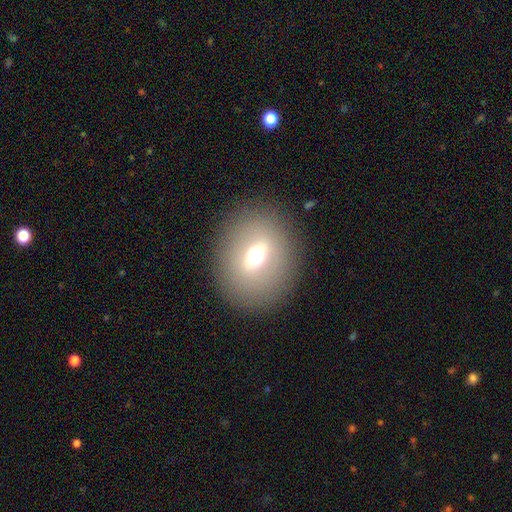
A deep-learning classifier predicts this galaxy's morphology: A smooth galaxy with no disk features (56%) that is round (59%). Merging: none (88%).